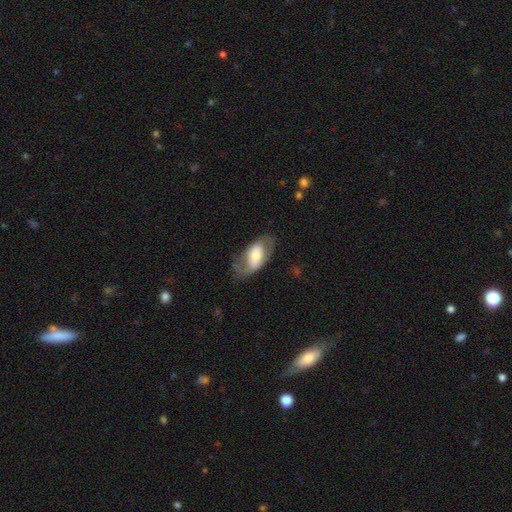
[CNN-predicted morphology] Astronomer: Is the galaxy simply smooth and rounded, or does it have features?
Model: featured or disk — 51% (runner-up: smooth, 42%).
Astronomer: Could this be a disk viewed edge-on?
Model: no — 90%.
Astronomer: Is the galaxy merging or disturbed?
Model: none — 61%.